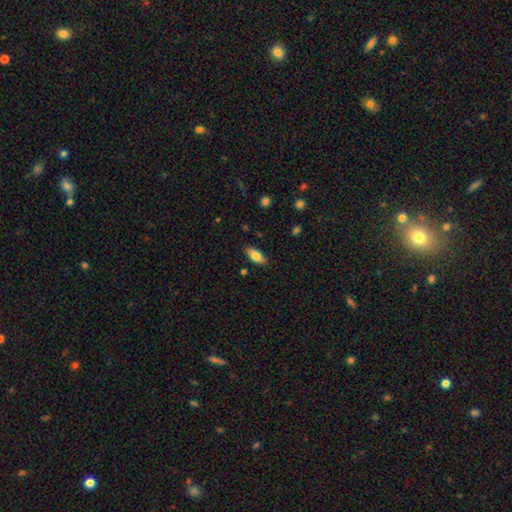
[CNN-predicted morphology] The model was most divided on "smooth or featured": smooth: 80%, featured or disk: 13%, star or artifact: 7%. More confident: how rounded — in between (88%); merging — none (86%).